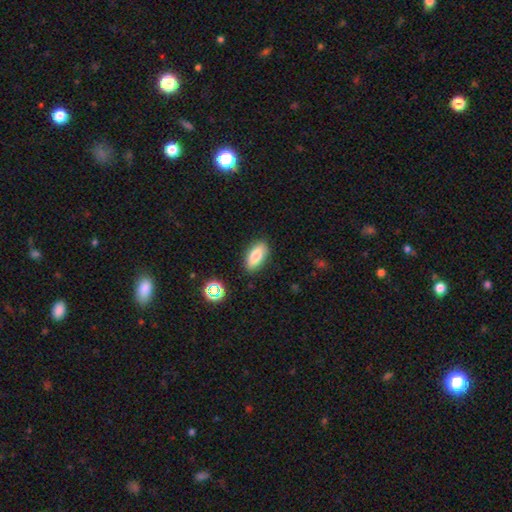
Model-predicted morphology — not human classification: Smooth or featured?
  - smooth: 79% *
  - featured or disk: 12%
  - star or artifact: 9%
How rounded?
  - in between: 84% *
  - cigar-shaped: 13%
  - round: 3%
Merging?
  - none: 85% *
  - minor disturbance: 11%
  - major disturbance: 2%
  - merger: 2%